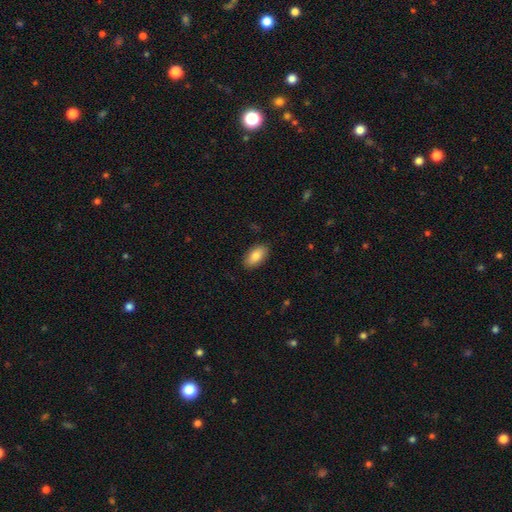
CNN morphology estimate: This is clearly a smooth galaxy (85%). How rounded: clearly in between (94%). Merging: clearly none (88%).